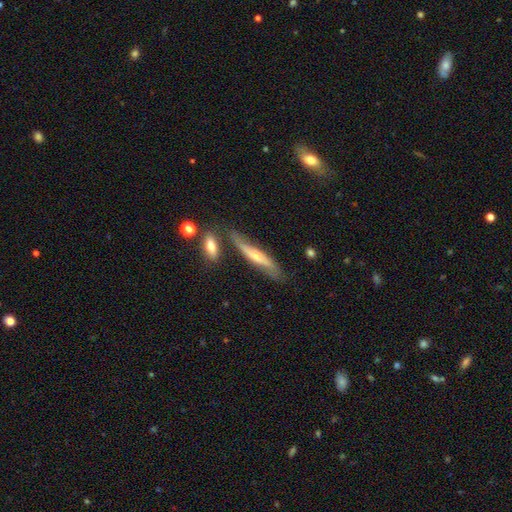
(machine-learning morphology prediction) Smooth or featured? featured or disk (60%)
Edge-on disk? yes (76%)
Merging? none (65%)